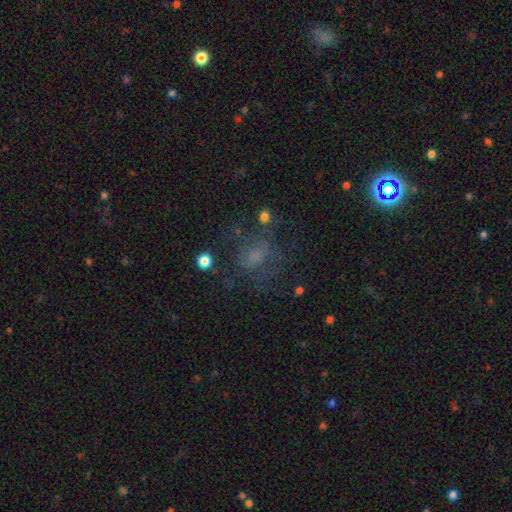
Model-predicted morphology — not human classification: smooth-or-featured: smooth: 44% | featured or disk: 34% | star or artifact: 23%
  merging: none: 51% | major disturbance: 26% | minor disturbance: 19% | merger: 4%